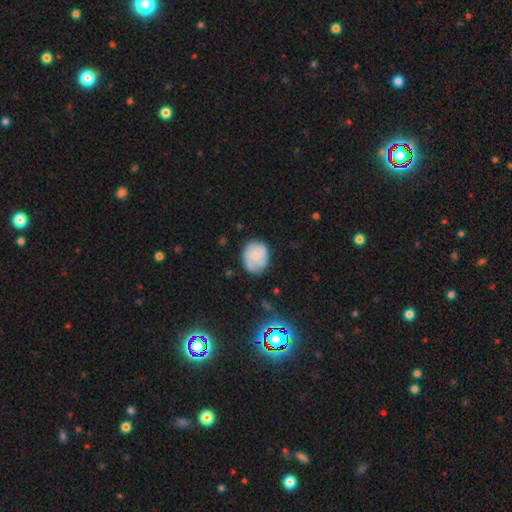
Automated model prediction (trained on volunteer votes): A smooth galaxy with no disk features (56%) that is round (67%). Merging: none (61%).